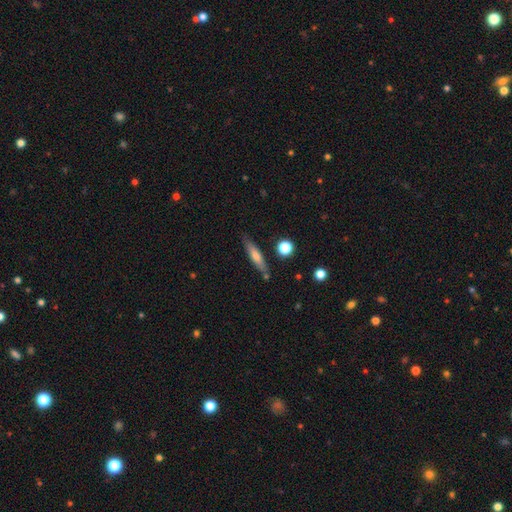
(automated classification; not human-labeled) This is possibly a smooth galaxy (58%). How rounded: clearly cigar-shaped (85%). Merging: clearly none (81%).